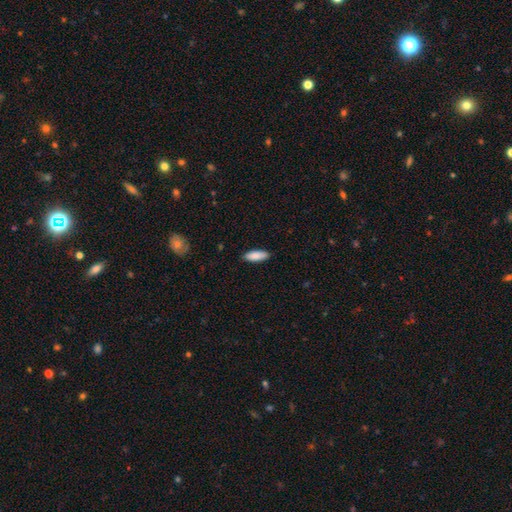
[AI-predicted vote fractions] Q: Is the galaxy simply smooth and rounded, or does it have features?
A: smooth — 88%.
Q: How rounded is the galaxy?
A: in between — 71%.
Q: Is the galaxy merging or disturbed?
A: none — 87%.